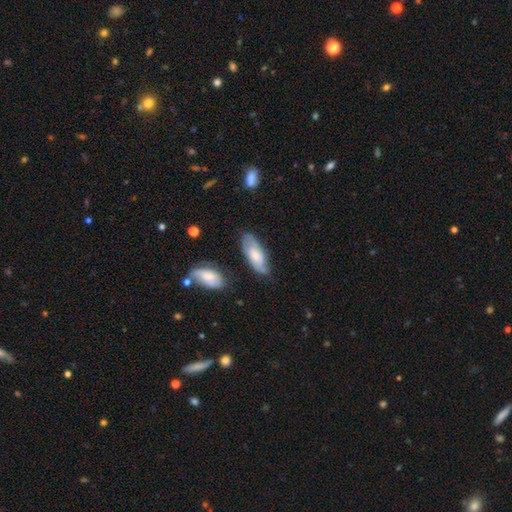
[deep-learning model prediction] Overall: smooth (53%; featured or disk 40%). How rounded: in between (81%). Merging: none (62%; minor disturbance 26%).